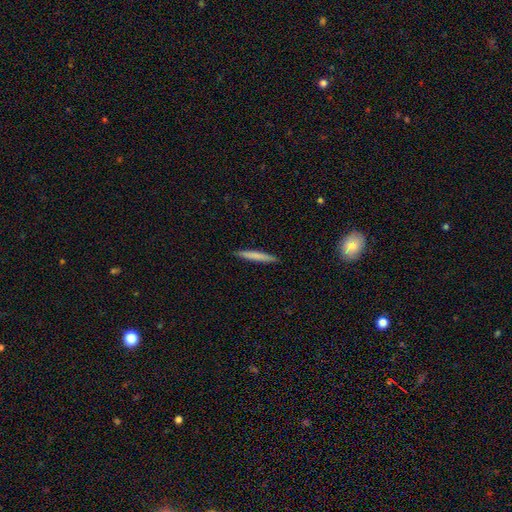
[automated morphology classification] Smooth or featured? Predicted: smooth (p=0.73). How rounded? Predicted: cigar-shaped (p=0.96). Merging? Predicted: none (p=0.92).